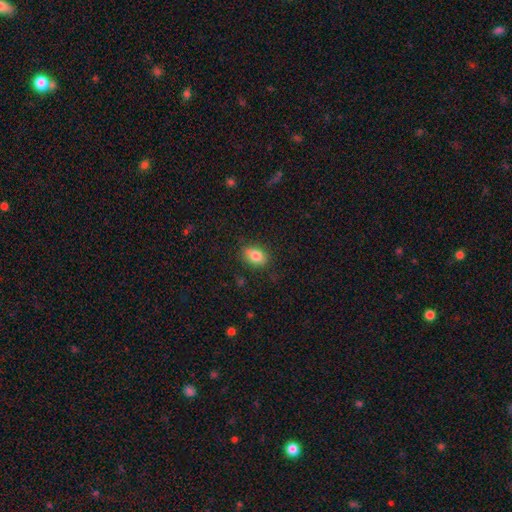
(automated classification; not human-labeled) Smooth or featured? smooth (83%)
How rounded? in between (83%)
Merging? none (81%)